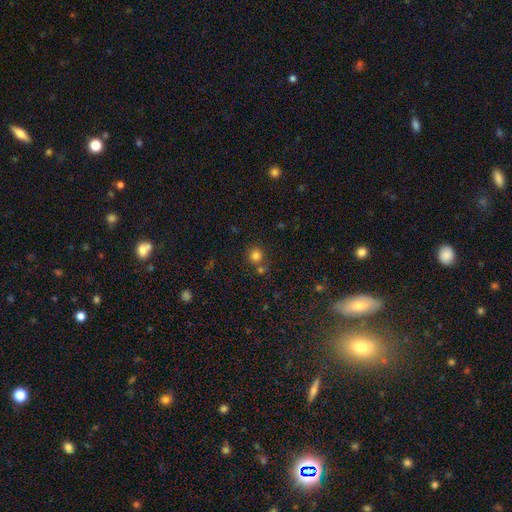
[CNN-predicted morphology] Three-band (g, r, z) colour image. It shows a smooth galaxy with no disk features (80%) that is round (90%). Merging: none (66%).